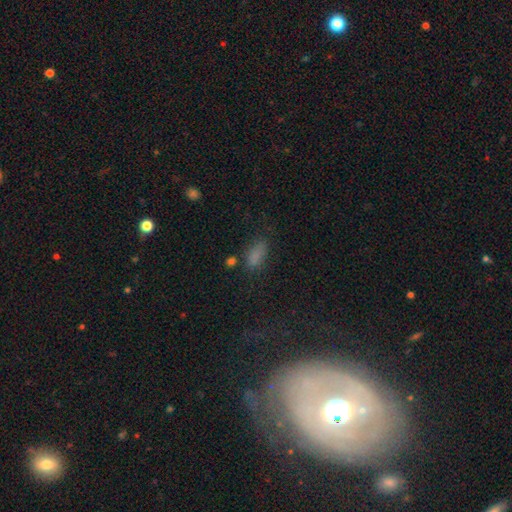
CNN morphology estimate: smooth_or_featured: smooth (p=0.77) [alt: star or artifact p=0.16]
how_rounded: in between (p=0.84) [alt: cigar-shaped p=0.12]
merging: none (p=0.65) [alt: minor disturbance p=0.21]